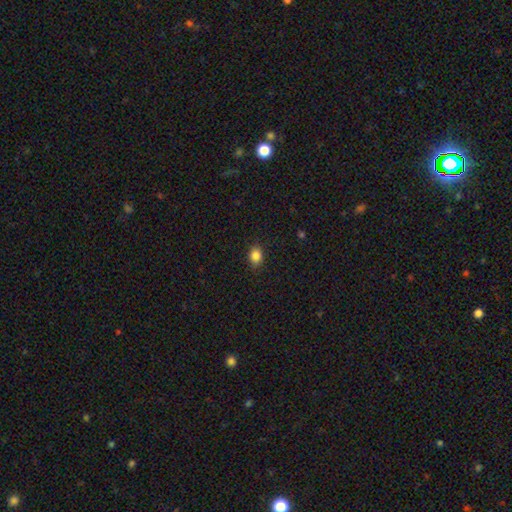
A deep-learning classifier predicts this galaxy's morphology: This is clearly a smooth galaxy (85%). How rounded: possibly in between (57%). Merging: clearly none (87%).